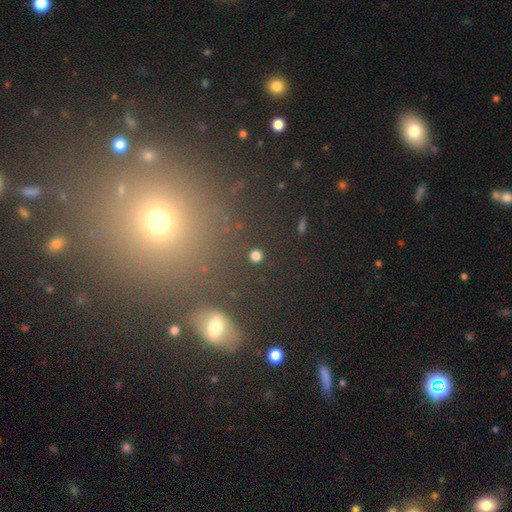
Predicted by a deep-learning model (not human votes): smooth-or-featured: smooth: 77% | star or artifact: 18% | featured or disk: 5%
  how-rounded: round: 89% | in between: 10% | cigar-shaped: 1%
  merging: none: 90% | minor disturbance: 5% | major disturbance: 3% | merger: 3%